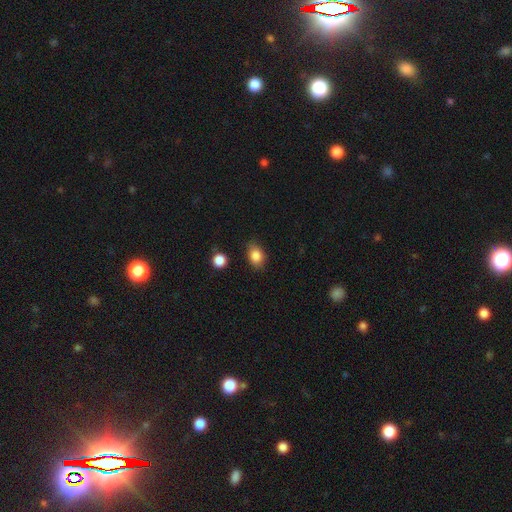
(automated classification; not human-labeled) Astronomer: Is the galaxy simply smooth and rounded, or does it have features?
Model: smooth — 85%.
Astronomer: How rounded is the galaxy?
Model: in between — 71%.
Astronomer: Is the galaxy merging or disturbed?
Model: none — 77%.